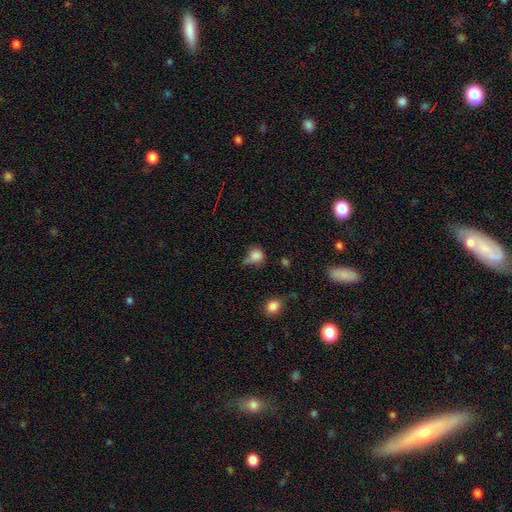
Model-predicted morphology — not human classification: Smooth or featured? smooth (80%)
How rounded? round (80%)
Merging? none (44%)